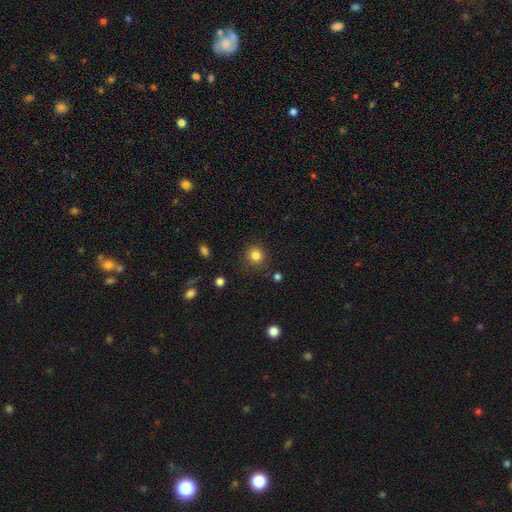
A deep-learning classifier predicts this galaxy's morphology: The model was most divided on "smooth or featured": smooth: 82%, star or artifact: 12%, featured or disk: 5%. More confident: how rounded — round (91%); merging — none (86%).